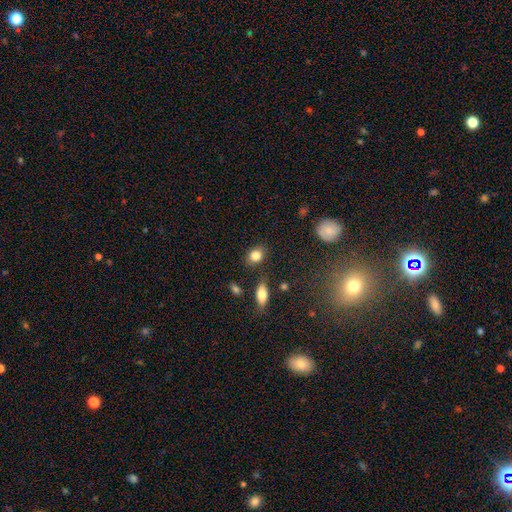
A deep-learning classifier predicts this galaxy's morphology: smooth-or-featured: smooth: 83% | star or artifact: 9% | featured or disk: 7%
  how-rounded: in between: 58% | round: 40% | cigar-shaped: 2%
  merging: none: 79% | minor disturbance: 14% | merger: 4% | major disturbance: 4%